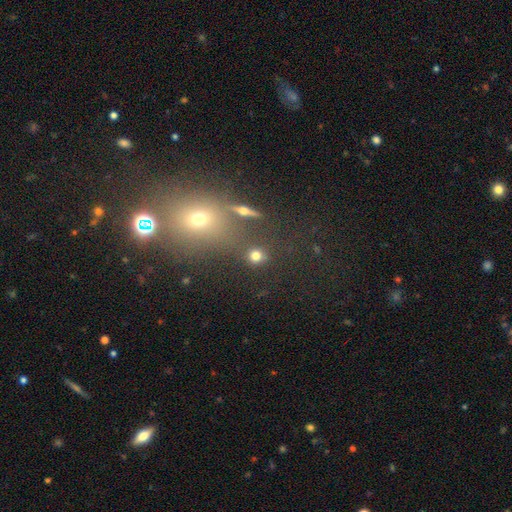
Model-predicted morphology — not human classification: A smooth galaxy with no disk features (77%) that is round (87%).

Vote fractions:
- Smooth or featured? smooth: 77% / star or artifact: 14% / featured or disk: 9%
- How rounded? round: 87% / in between: 11% / cigar-shaped: 2%
- Merging? none: 80% / minor disturbance: 9% / merger: 8% / major disturbance: 4%